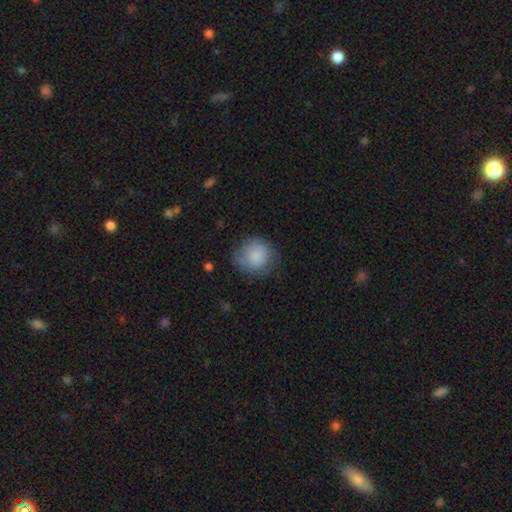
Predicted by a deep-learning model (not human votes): Q: Smooth or featured?
A: smooth (83%); runner-up: featured or disk (10%)
Q: How rounded?
A: round (87%); runner-up: in between (12%)
Q: Merging?
A: none (66%); runner-up: minor disturbance (23%)